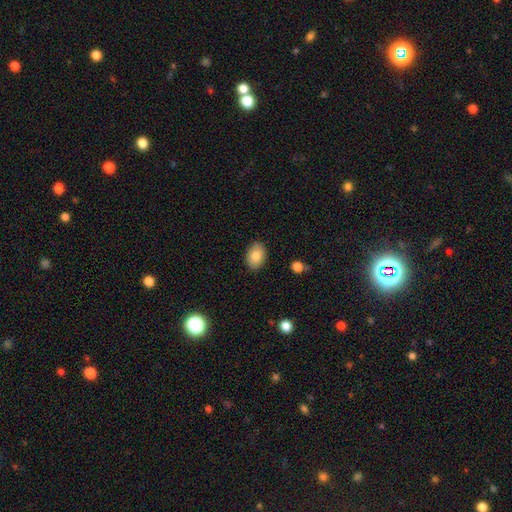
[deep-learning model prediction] smooth 85%, star or artifact 7%, featured or disk 7%. Down the decision tree: how rounded — in between (80%); merging — none (88%).